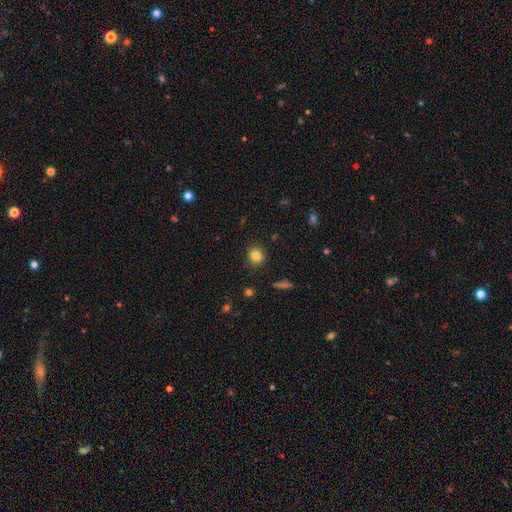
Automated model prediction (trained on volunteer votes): This is clearly a smooth galaxy (83%). How rounded: likely round (76%). Merging: clearly none (87%).